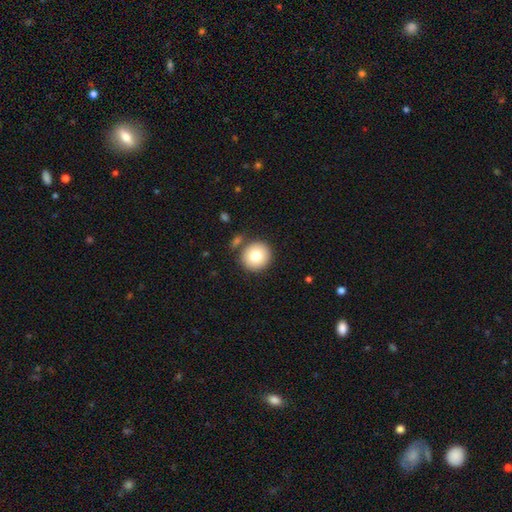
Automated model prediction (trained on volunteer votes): A smooth galaxy with no disk features (78%) that is round (93%).

Vote fractions:
- Smooth or featured? smooth: 78% / featured or disk: 12% / star or artifact: 9%
- How rounded? round: 93% / in between: 6% / cigar-shaped: 1%
- Merging? none: 82% / minor disturbance: 8% / merger: 8% / major disturbance: 3%